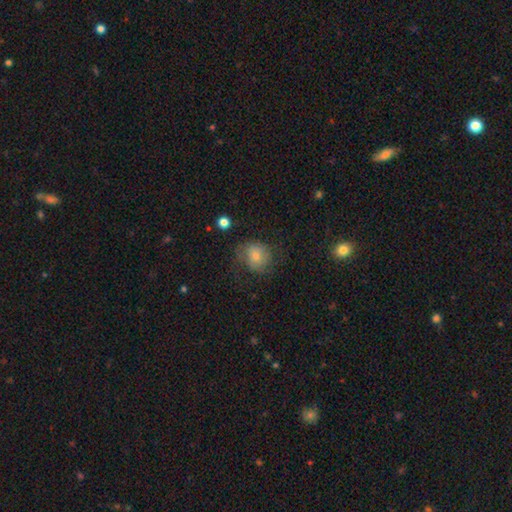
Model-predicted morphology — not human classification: This appears to be a smooth galaxy with no disk features (61%) that is round (74%). Merging: none (59%).